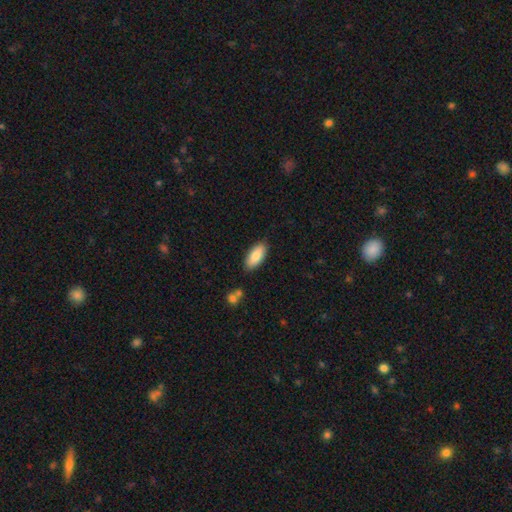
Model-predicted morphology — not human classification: Smooth or featured? smooth (84%)
How rounded? in between (85%)
Merging? none (86%)